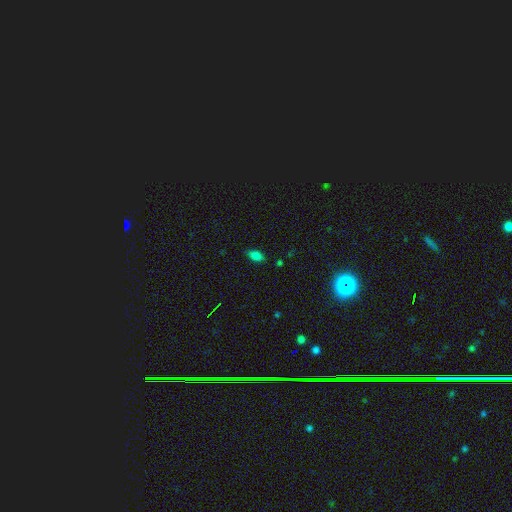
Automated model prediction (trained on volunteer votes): A smooth galaxy with no disk features (79%) that is in between round and cigar-shaped (89%). Merging: none (83%).